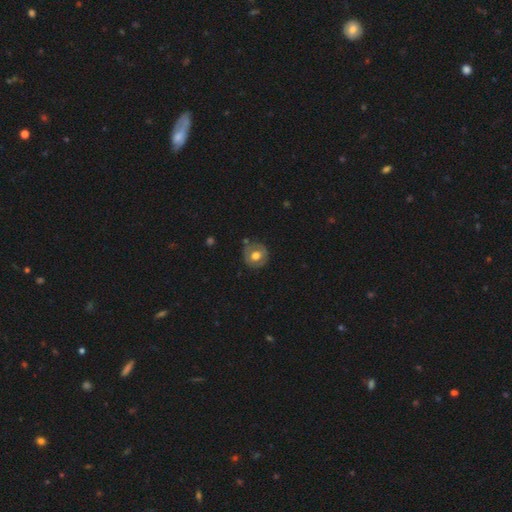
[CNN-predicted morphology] The model was most divided on "smooth or featured": smooth: 56%, featured or disk: 37%, star or artifact: 7%. More confident: how rounded — round (86%); merging — none (77%).